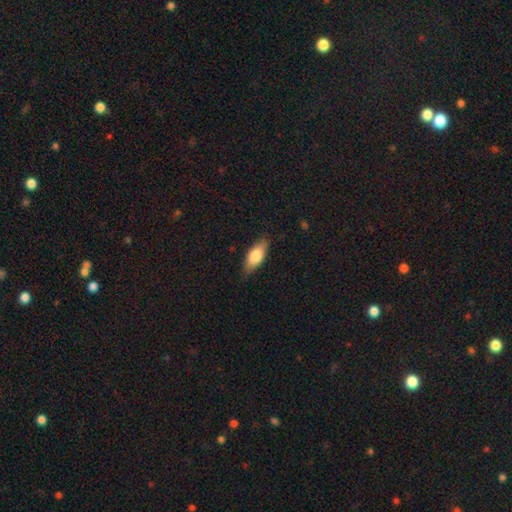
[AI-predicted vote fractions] The model was most divided on "smooth or featured": smooth: 73%, featured or disk: 21%, star or artifact: 6%. More confident: merging — none (83%); how rounded — in between (77%).